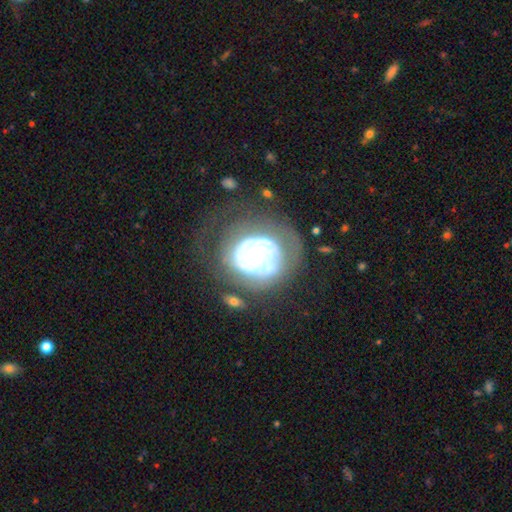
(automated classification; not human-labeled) smooth-or-featured: featured or disk: 77% | smooth: 17% | star or artifact: 6%
  disk-edge-on: no: 98% | yes: 2%
    bar: no: 79% | weak: 17% | strong: 4%
    has-spiral-arms: yes: 76% | no: 24%
      spiral-winding: tight: 63% | medium: 26% | loose: 11%
      spiral-arm-count: can't tell: 41% | 2: 27% | 3: 14% | 1: 10% | 4: 4% | more than 4: 3%
    bulge-size: moderate: 46% | small: 41% | large: 9% | none: 3% | dominant: 2%
  merging: none: 46% | major disturbance: 26% | minor disturbance: 23% | merger: 5%